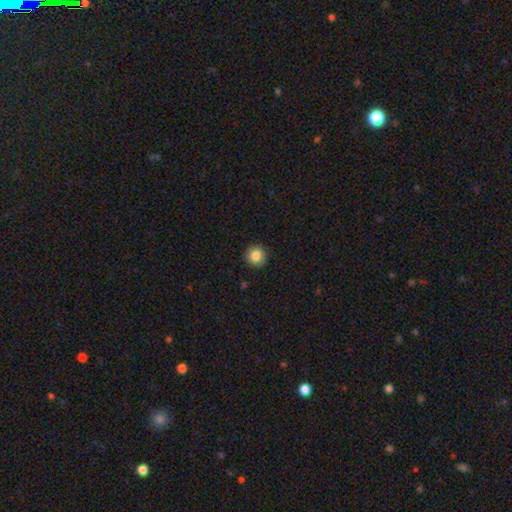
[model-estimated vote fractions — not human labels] The model was most divided on "smooth or featured": smooth: 84%, star or artifact: 9%, featured or disk: 6%. More confident: how rounded — round (94%); merging — none (92%).